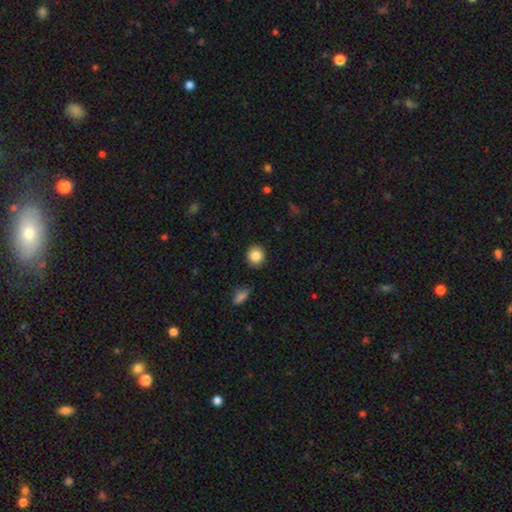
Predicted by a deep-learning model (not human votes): smooth-or-featured: smooth: 85% | star or artifact: 9% | featured or disk: 6%
  how-rounded: round: 82% | in between: 17% | cigar-shaped: 1%
  merging: none: 90% | minor disturbance: 7% | major disturbance: 2% | merger: 1%